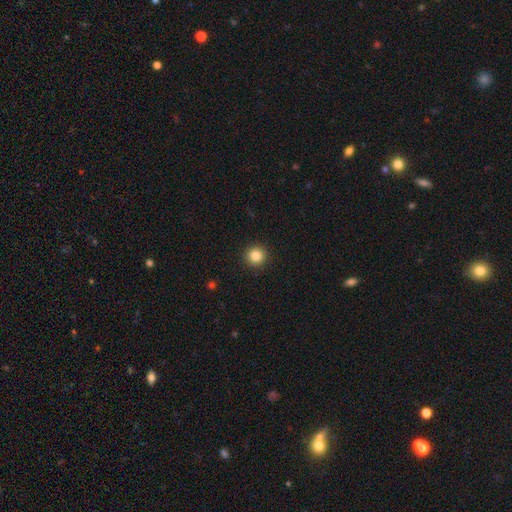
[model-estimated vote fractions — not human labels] This appears to be a smooth galaxy with no disk features (84%) that is round (95%). Merging: none (93%).